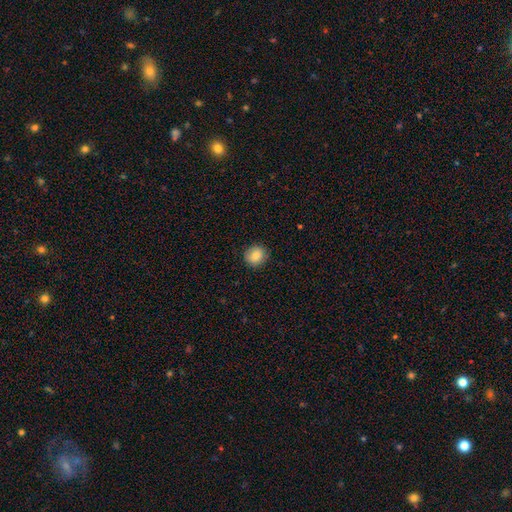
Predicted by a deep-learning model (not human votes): Q: Smooth or featured?
A: smooth (84%); runner-up: star or artifact (9%)
Q: How rounded?
A: round (83%); runner-up: in between (16%)
Q: Merging?
A: none (87%); runner-up: minor disturbance (10%)